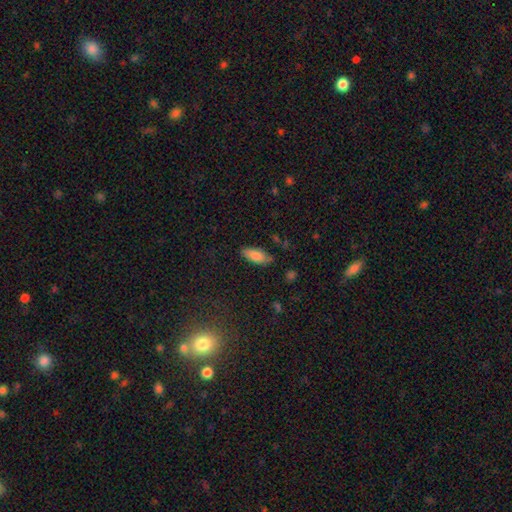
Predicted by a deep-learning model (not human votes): smooth-or-featured: smooth: 84% | featured or disk: 9% | star or artifact: 7%
  how-rounded: in between: 79% | cigar-shaped: 19% | round: 2%
  merging: none: 81% | minor disturbance: 15% | major disturbance: 3% | merger: 2%